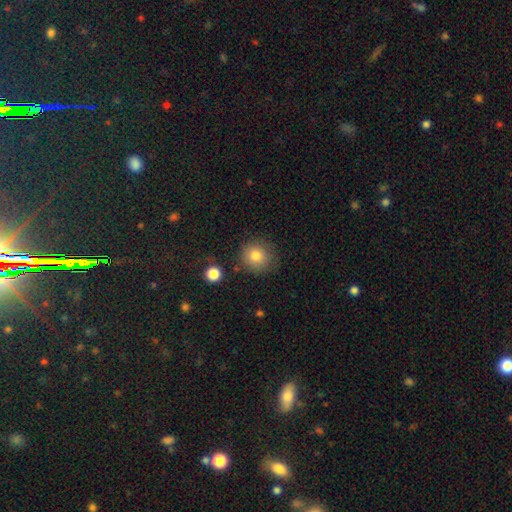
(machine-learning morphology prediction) This is clearly a smooth galaxy (82%). How rounded: clearly round (88%). Merging: clearly none (82%).